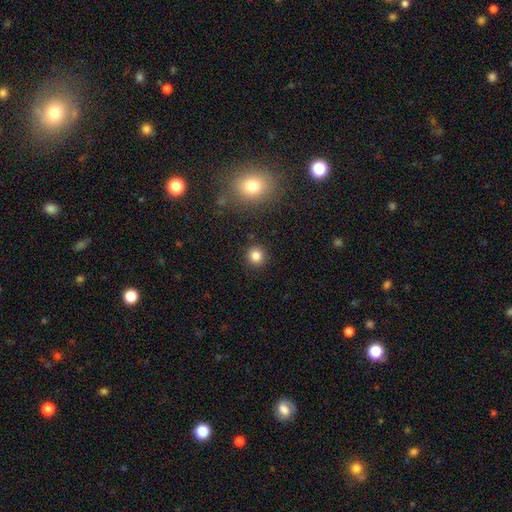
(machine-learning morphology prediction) smooth 83%, star or artifact 12%, featured or disk 5%. Down the decision tree: how rounded — round (92%); merging — none (90%).